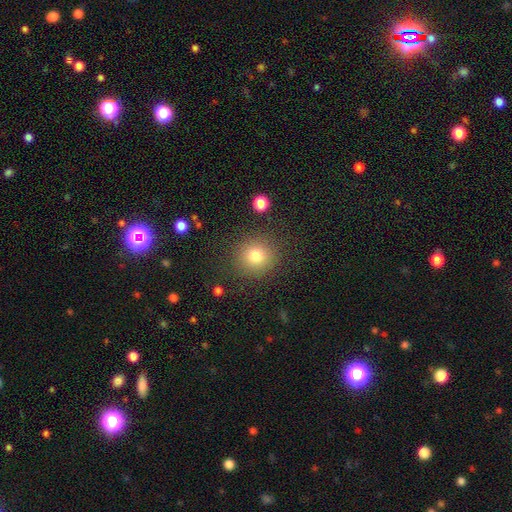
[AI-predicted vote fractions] Overall: smooth (78%). How rounded: round (91%). Merging: none (87%).